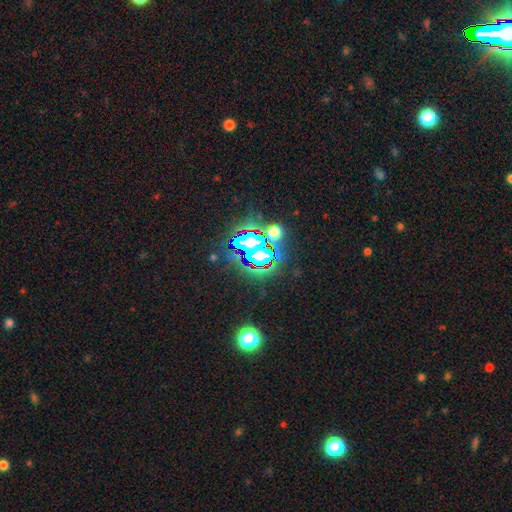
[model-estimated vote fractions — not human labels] The model was most divided on "smooth or featured": star or artifact: 70%, smooth: 16%, featured or disk: 13%.